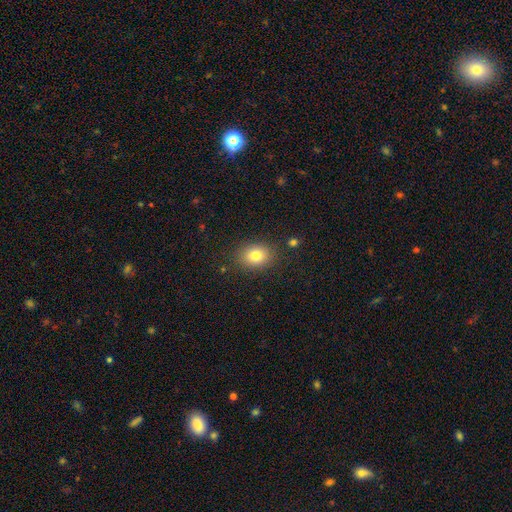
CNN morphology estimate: A smooth galaxy with no disk features (81%) that is in between round and cigar-shaped (60%).

Vote fractions:
- Smooth or featured? smooth: 81% / star or artifact: 10% / featured or disk: 9%
- How rounded? in between: 60% / round: 39% / cigar-shaped: 1%
- Merging? none: 85% / minor disturbance: 10% / major disturbance: 3% / merger: 2%